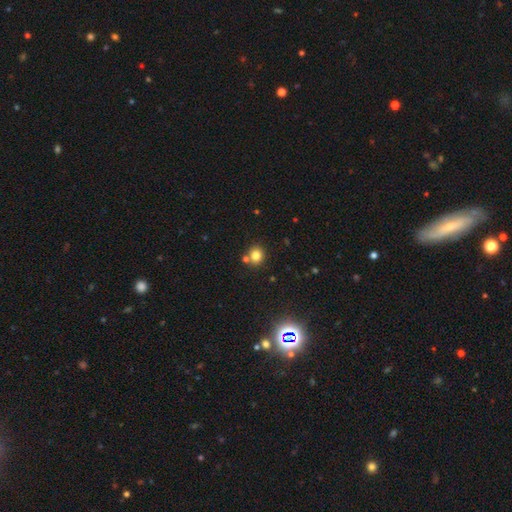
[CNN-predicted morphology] This is likely a smooth galaxy (79%). How rounded: clearly round (80%). Merging: likely none (72%).